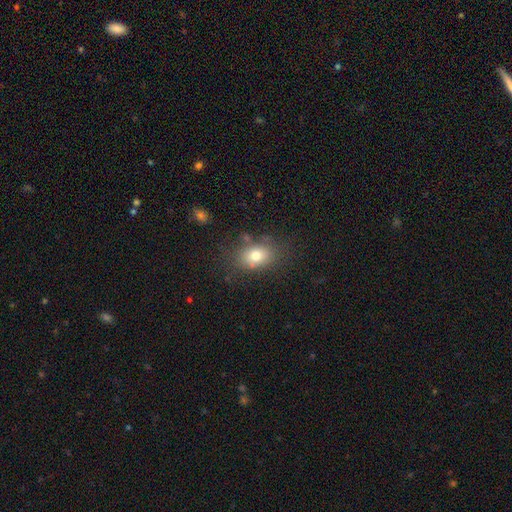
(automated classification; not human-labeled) smooth_or_featured: smooth (p=0.76) [alt: featured or disk p=0.13]
how_rounded: in between (p=0.73) [alt: round p=0.26]
merging: none (p=0.74) [alt: minor disturbance p=0.16]